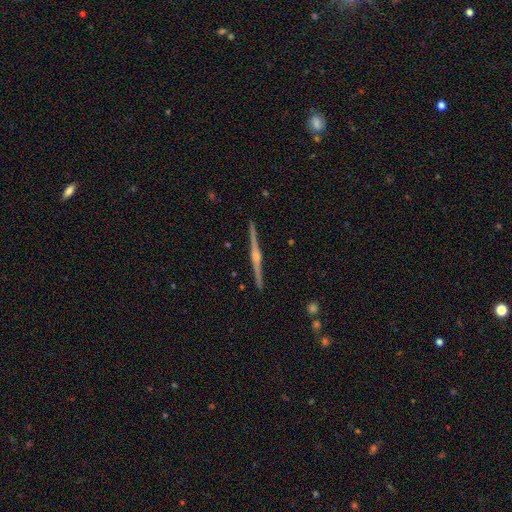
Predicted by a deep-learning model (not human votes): Smooth or featured: featured or disk — 87% (smooth — 8%)
Edge-on disk: yes — 99% (no — 1%)
Edge-on bulge: rounded — 87% (boxy — 8%)
Merging: none — 93% (minor disturbance — 5%)